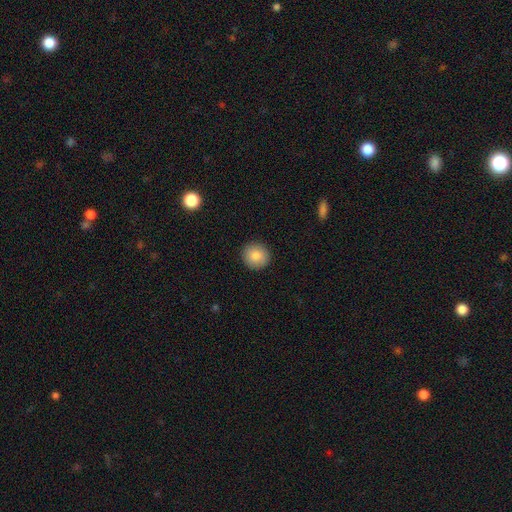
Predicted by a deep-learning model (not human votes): This is clearly a smooth galaxy (87%). How rounded: clearly round (92%). Merging: clearly none (92%).